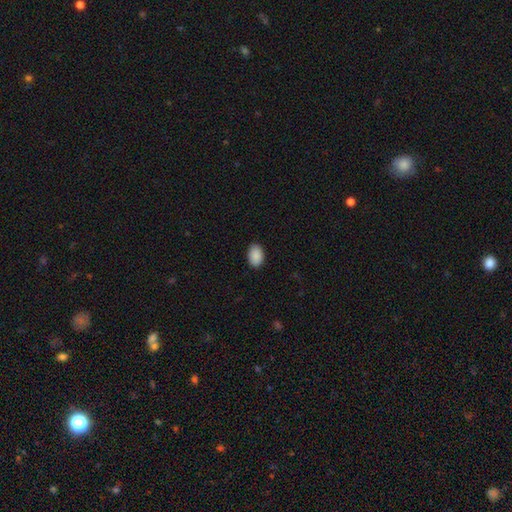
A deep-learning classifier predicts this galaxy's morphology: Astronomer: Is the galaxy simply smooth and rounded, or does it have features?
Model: smooth — 91%.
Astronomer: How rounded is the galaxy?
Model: in between — 88%.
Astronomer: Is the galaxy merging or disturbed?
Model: none — 89%.